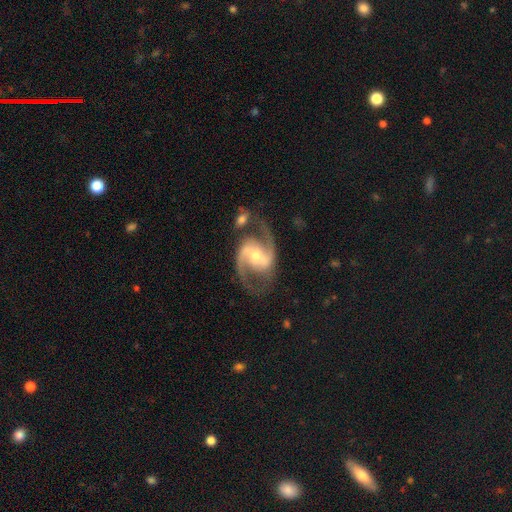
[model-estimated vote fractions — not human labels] smooth_or_featured: featured or disk (p=0.92) [alt: star or artifact p=0.04]
disk_edge_on: no (p=0.98) [alt: yes p=0.02]
bar: strong (p=0.41) [alt: weak p=0.40]
has_spiral_arms: yes (p=0.98) [alt: no p=0.02]
spiral_winding: medium (p=0.60) [alt: loose p=0.29]
spiral_arm_count: 2 (p=0.93) [alt: 3 p=0.02]
bulge_size: moderate (p=0.59) [alt: small p=0.34]
merging: none (p=0.70) [alt: minor disturbance p=0.15]